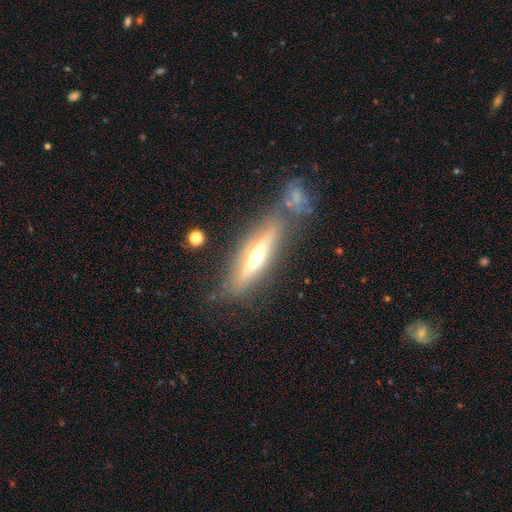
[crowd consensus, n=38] A featured or disk galaxy (71%) viewed edge-on (78%) with a rounded central bulge (95%). Merging: none (78%).